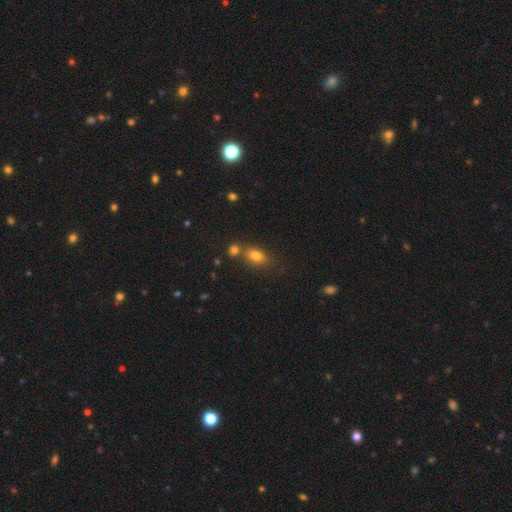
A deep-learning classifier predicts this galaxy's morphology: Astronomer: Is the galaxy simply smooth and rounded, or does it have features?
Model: smooth — 78%.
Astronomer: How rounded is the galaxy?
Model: in between — 75%.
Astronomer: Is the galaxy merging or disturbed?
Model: none — 57%.